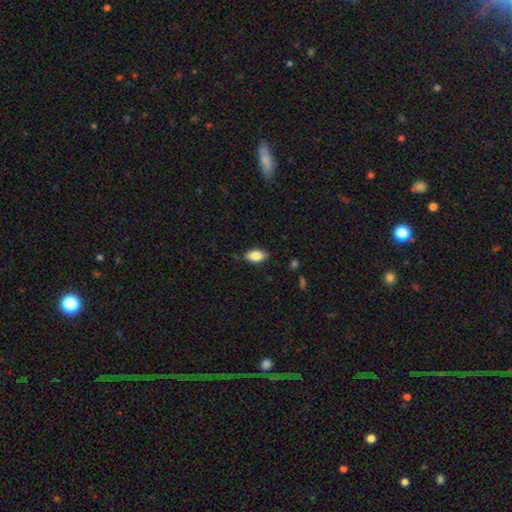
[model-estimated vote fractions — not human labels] Smooth or featured?
  - smooth: 84% *
  - featured or disk: 8%
  - star or artifact: 7%
How rounded?
  - in between: 91% *
  - round: 5%
  - cigar-shaped: 4%
Merging?
  - none: 83% *
  - minor disturbance: 13%
  - major disturbance: 2%
  - merger: 1%